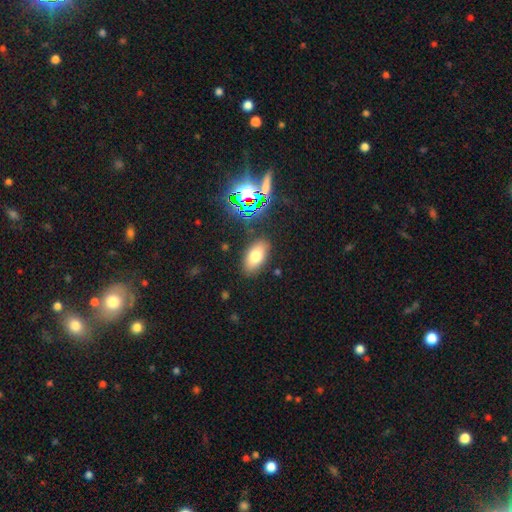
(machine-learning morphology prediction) smooth 70%, star or artifact 15%, featured or disk 15%. Down the decision tree: how rounded — in between (90%); merging — none (85%).